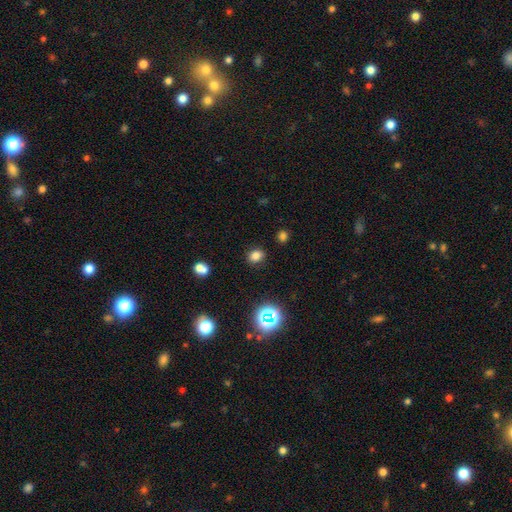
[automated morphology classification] Q: Smooth or featured?
A: smooth (76%); runner-up: star or artifact (17%)
Q: How rounded?
A: round (54%); runner-up: in between (45%)
Q: Merging?
A: none (86%); runner-up: minor disturbance (8%)